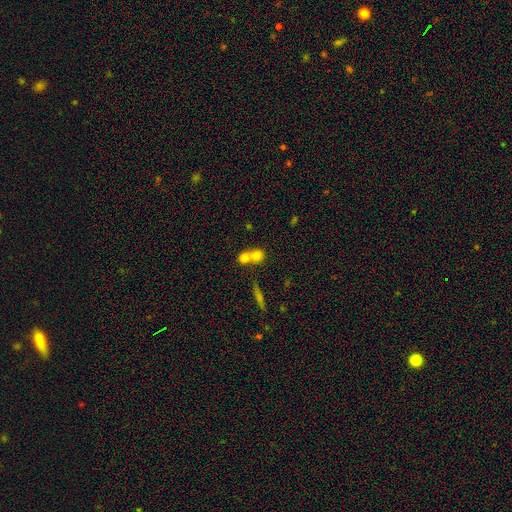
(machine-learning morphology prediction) Q: Smooth or featured?
A: smooth (75%); runner-up: featured or disk (14%)
Q: How rounded?
A: round (70%); runner-up: in between (27%)
Q: Merging?
A: merger (61%); runner-up: none (31%)